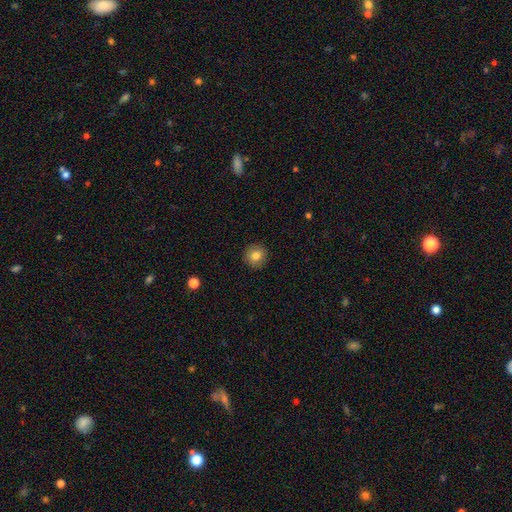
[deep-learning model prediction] Morphology: type=smooth (81%); roundness=round (93%); merging=none (91%).